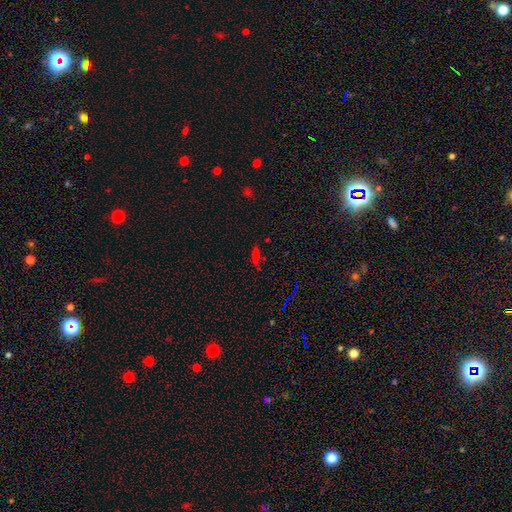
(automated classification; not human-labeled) Q: Smooth or featured?
A: smooth (56%); runner-up: star or artifact (28%)
Q: How rounded?
A: cigar-shaped (68%); runner-up: in between (28%)
Q: Merging?
A: none (75%); runner-up: minor disturbance (17%)